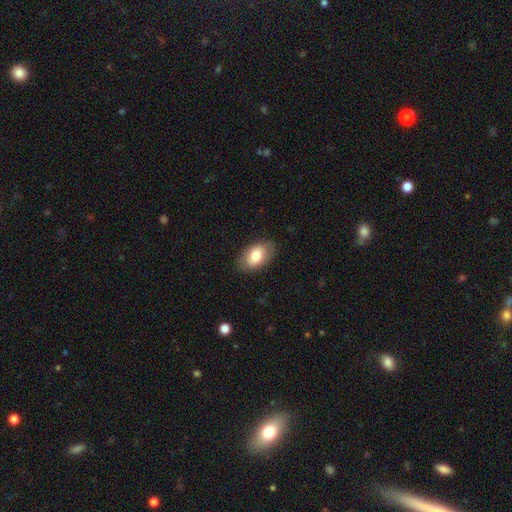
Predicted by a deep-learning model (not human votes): smooth_or_featured: smooth (p=0.78) [alt: featured or disk p=0.15]
how_rounded: in between (p=0.93) [alt: round p=0.06]
merging: none (p=0.84) [alt: minor disturbance p=0.12]